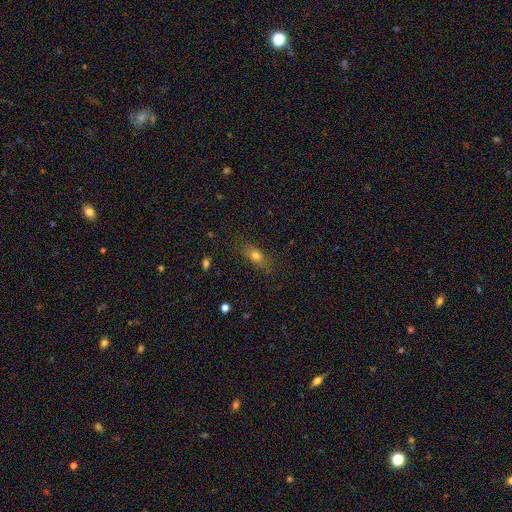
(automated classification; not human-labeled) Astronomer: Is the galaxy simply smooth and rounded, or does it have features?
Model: smooth — 74%.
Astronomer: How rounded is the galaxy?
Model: in between — 72%.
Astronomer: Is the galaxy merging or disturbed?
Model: none — 80%.